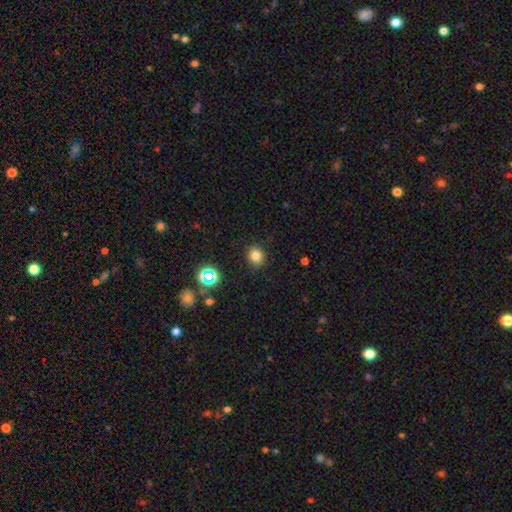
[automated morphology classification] smooth 79%, star or artifact 16%, featured or disk 6%. Down the decision tree: how rounded — round (85%); merging — none (88%).